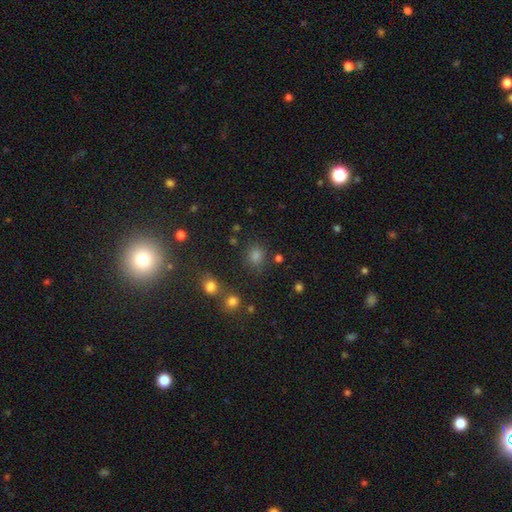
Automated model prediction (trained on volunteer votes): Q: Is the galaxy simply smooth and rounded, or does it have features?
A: smooth — 66%.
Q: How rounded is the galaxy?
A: round — 79%.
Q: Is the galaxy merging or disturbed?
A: none — 80%.